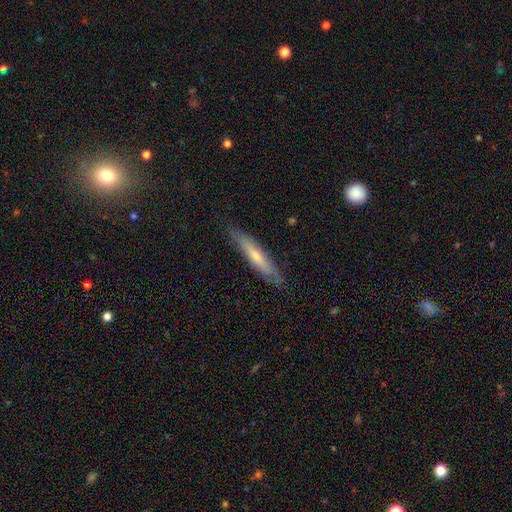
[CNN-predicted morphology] This is possibly a smooth galaxy (50%). How rounded: clearly cigar-shaped (89%). Merging: clearly none (82%).